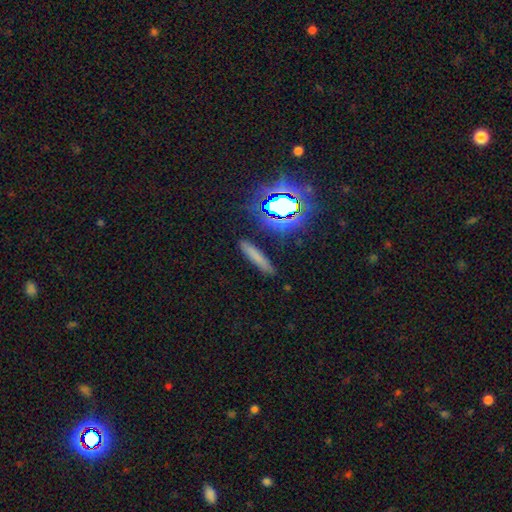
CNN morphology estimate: smooth 66%, star or artifact 19%, featured or disk 15%. Down the decision tree: how rounded — cigar-shaped (88%); merging — none (87%).